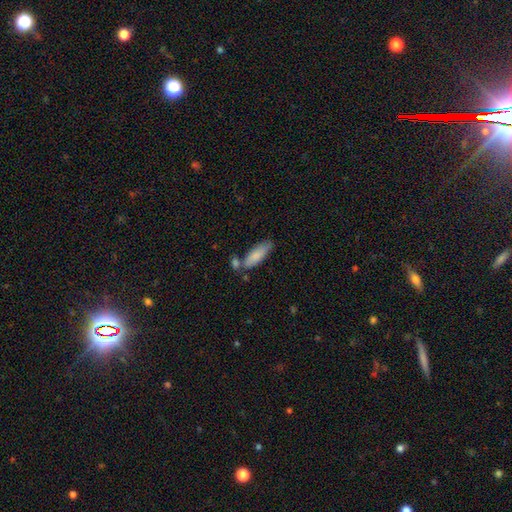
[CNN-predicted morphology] The model was most divided on "how rounded": in between: 56%, cigar-shaped: 42%, round: 2%. More confident: smooth or featured — smooth (83%); merging — none (61%).